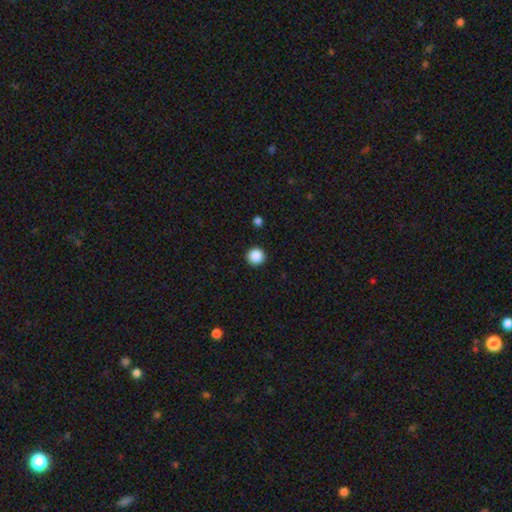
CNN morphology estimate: Smooth or featured?
  - smooth: 88% *
  - star or artifact: 10%
  - featured or disk: 3%
How rounded?
  - round: 96% *
  - in between: 3%
  - cigar-shaped: 1%
Merging?
  - none: 93% *
  - minor disturbance: 4%
  - major disturbance: 2%
  - merger: 1%